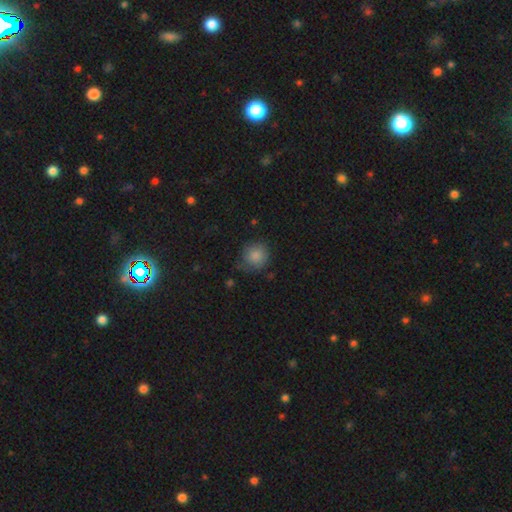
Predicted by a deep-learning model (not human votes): Morphology: type=smooth (85%); roundness=round (88%); merging=none (71%).